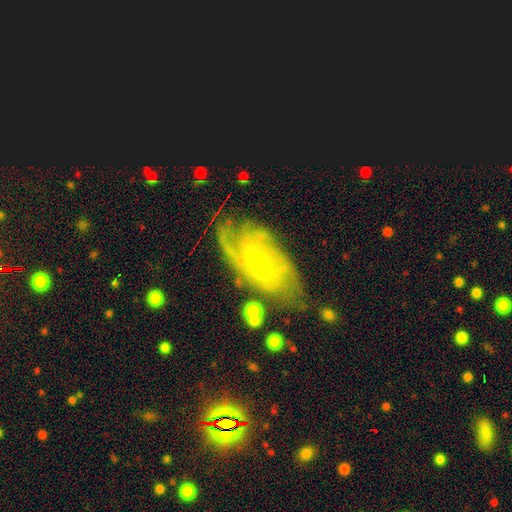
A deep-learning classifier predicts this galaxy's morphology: Smooth or featured? Predicted: featured or disk (p=0.77). Edge-on disk? Predicted: no (p=0.93). Bar? Predicted: no (p=0.62). Spiral arms? Predicted: yes (p=0.92). Spiral winding? Predicted: tight (p=0.55). Spiral arm count? Predicted: can't tell (p=0.46). Bulge size? Predicted: small (p=0.78). Merging? Predicted: none (p=0.68).